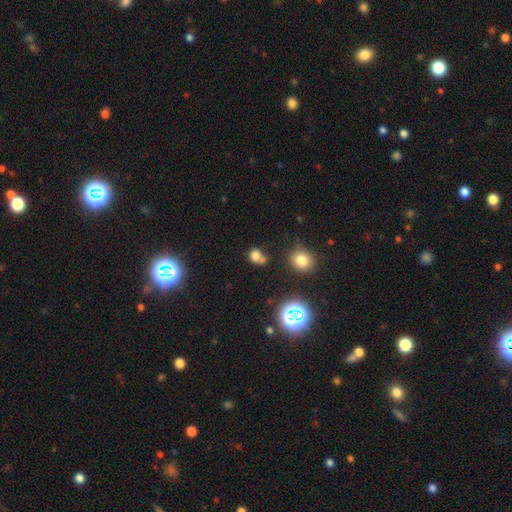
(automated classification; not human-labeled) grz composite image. It shows a smooth galaxy with no disk features (70%) that is round (62%). Merging: none (43%).